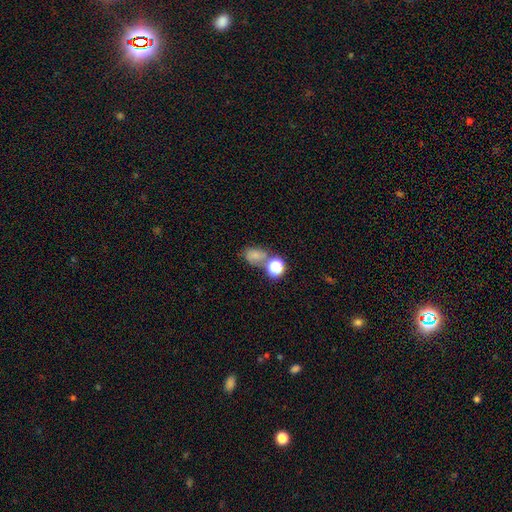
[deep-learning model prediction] smooth-or-featured: smooth: 67% | star or artifact: 21% | featured or disk: 12%
  how-rounded: in between: 62% | round: 37% | cigar-shaped: 1%
  merging: none: 45% | merger: 30% | minor disturbance: 16% | major disturbance: 9%